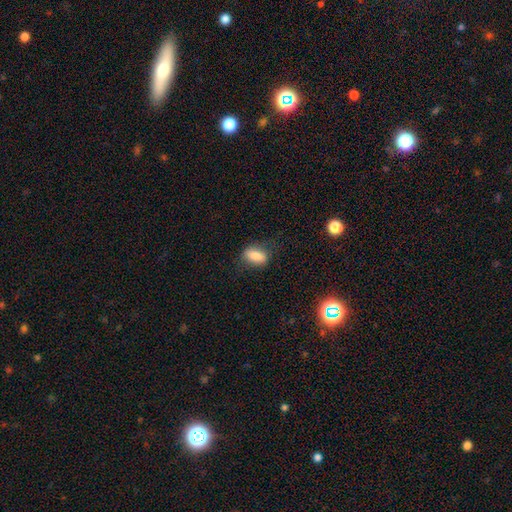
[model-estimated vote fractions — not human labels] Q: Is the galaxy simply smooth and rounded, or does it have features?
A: smooth — 81%.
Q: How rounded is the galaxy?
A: in between — 84%.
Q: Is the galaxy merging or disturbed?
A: none — 71%.